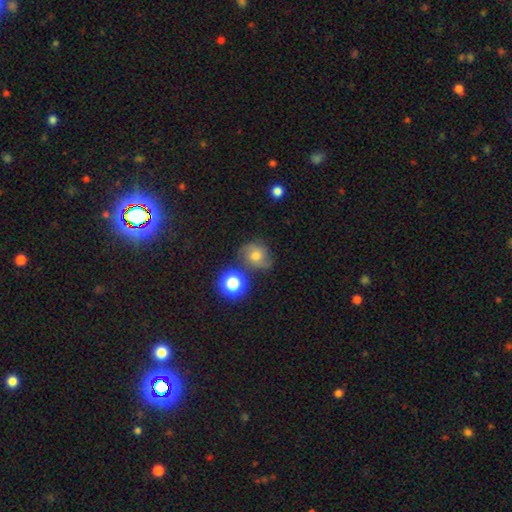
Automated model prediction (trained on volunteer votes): Smooth or featured? Predicted: smooth (p=0.53). How rounded? Predicted: round (p=0.67). Merging? Predicted: none (p=0.59).